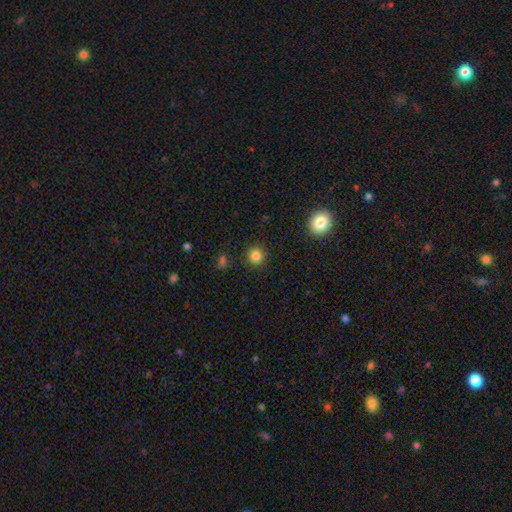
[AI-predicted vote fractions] smooth-or-featured: smooth: 83% | star or artifact: 12% | featured or disk: 4%
  how-rounded: round: 93% | in between: 6% | cigar-shaped: 1%
  merging: none: 89% | minor disturbance: 7% | major disturbance: 2% | merger: 2%